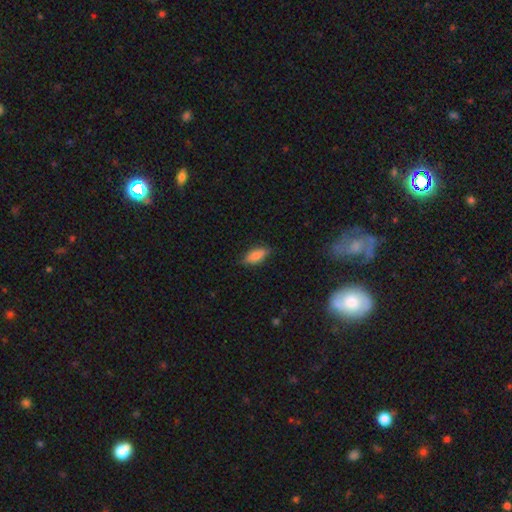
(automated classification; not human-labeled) Smooth or featured? smooth (75%)
How rounded? in between (77%)
Merging? none (77%)